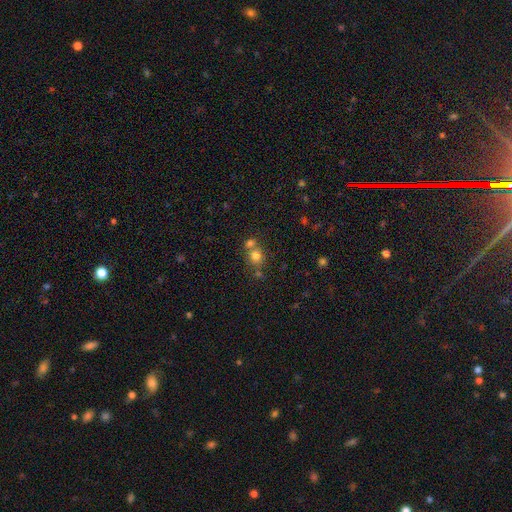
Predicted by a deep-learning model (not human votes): smooth_or_featured: smooth (p=0.76) [alt: star or artifact p=0.14]
how_rounded: round (p=0.80) [alt: in between p=0.19]
merging: none (p=0.50) [alt: merger p=0.39]